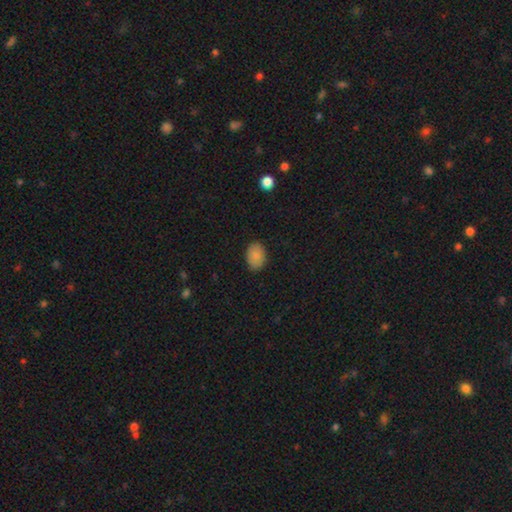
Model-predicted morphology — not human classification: The model was most divided on "how rounded": in between: 80%, round: 19%, cigar-shaped: 1%. More confident: merging — none (87%); smooth or featured — smooth (86%).